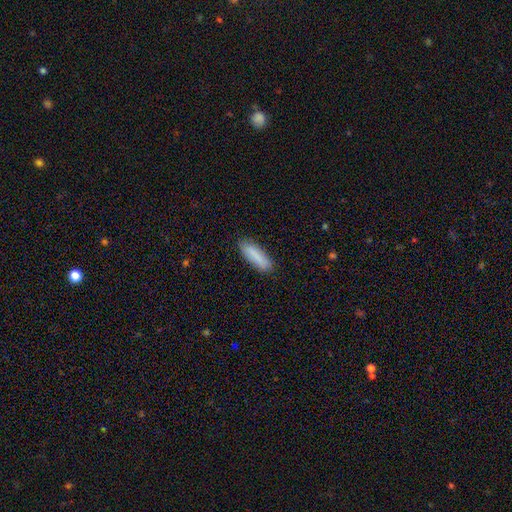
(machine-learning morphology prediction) The model was most divided on "how rounded": cigar-shaped: 55%, in between: 43%, round: 1%. More confident: smooth or featured — smooth (86%); merging — none (86%).